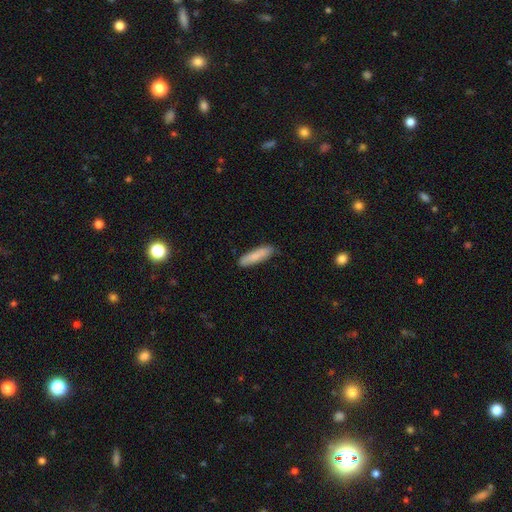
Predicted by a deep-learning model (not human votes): Q: Smooth or featured?
A: smooth (85%); runner-up: featured or disk (9%)
Q: How rounded?
A: cigar-shaped (74%); runner-up: in between (25%)
Q: Merging?
A: none (86%); runner-up: minor disturbance (11%)